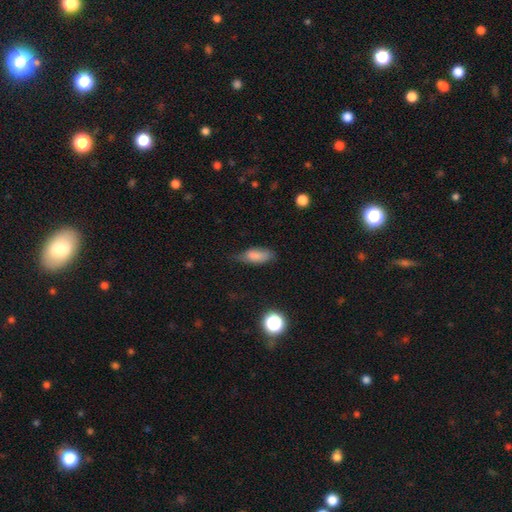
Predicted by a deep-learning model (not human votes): This is clearly a smooth galaxy (80%). How rounded: likely in between (76%). Merging: possibly none (56%).